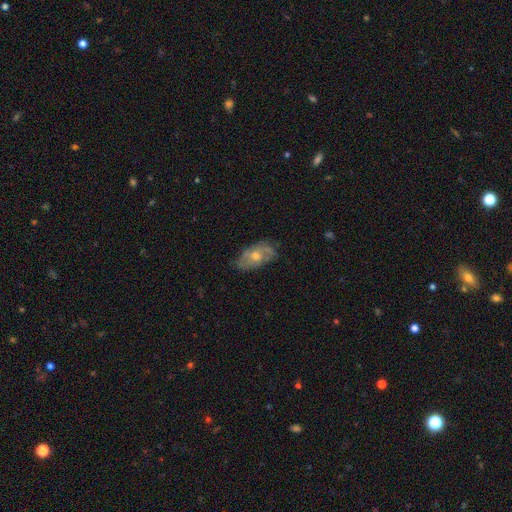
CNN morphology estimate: This appears to be a featured or disk galaxy (60%) with no bar (80%), spiral arms (64%) and a moderate central bulge (66%). Merging: none (70%).